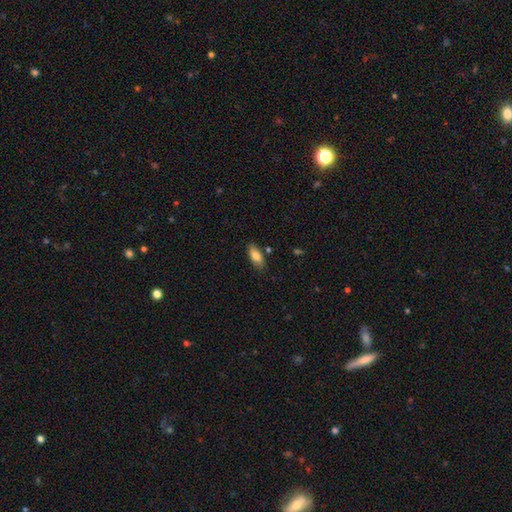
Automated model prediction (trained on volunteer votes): A smooth galaxy with no disk features (81%) that is in between round and cigar-shaped (82%).

Vote fractions:
- Smooth or featured? smooth: 81% / featured or disk: 12% / star or artifact: 7%
- How rounded? in between: 82% / cigar-shaped: 16% / round: 2%
- Merging? none: 82% / minor disturbance: 13% / merger: 3% / major disturbance: 2%